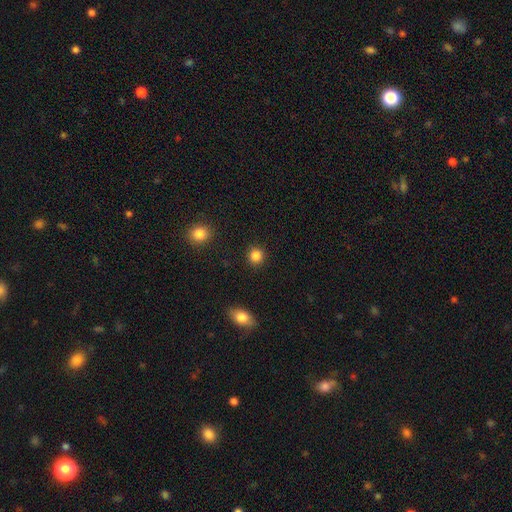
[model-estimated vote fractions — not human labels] Smooth or featured? smooth (86%)
How rounded? round (91%)
Merging? none (90%)